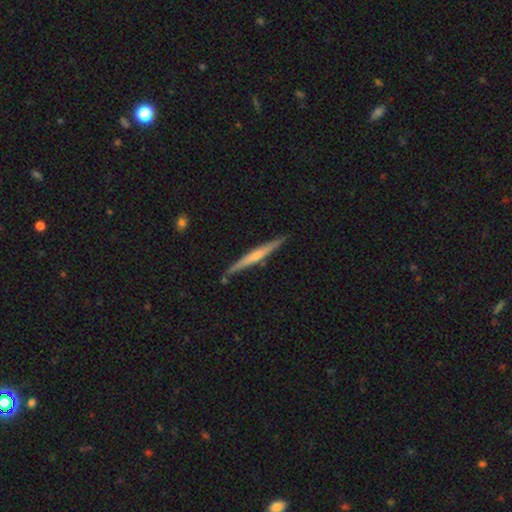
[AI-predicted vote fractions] Overall: featured or disk (58%; smooth 37%). Edge-on disk: yes (97%). Edge-on bulge: none (46%; rounded 45%). Merging: none (87%).